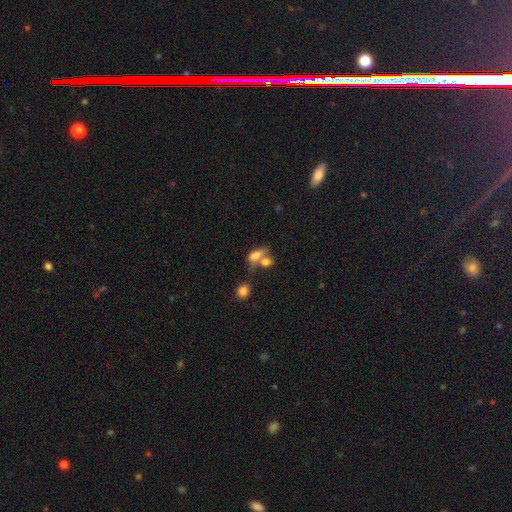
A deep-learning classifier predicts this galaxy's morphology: This is likely a smooth galaxy (69%). How rounded: likely in between (71%). Merging: possibly merger (48%).